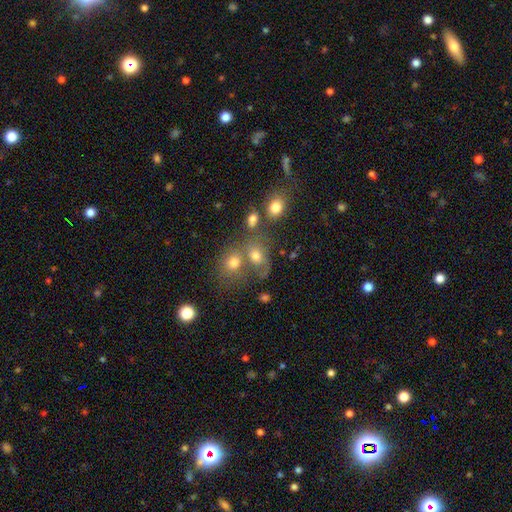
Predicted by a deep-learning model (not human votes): smooth-or-featured: smooth: 68% | featured or disk: 17% | star or artifact: 15%
  how-rounded: round: 50% | in between: 49% | cigar-shaped: 1%
  merging: merger: 41% | none: 35% | minor disturbance: 13% | major disturbance: 10%